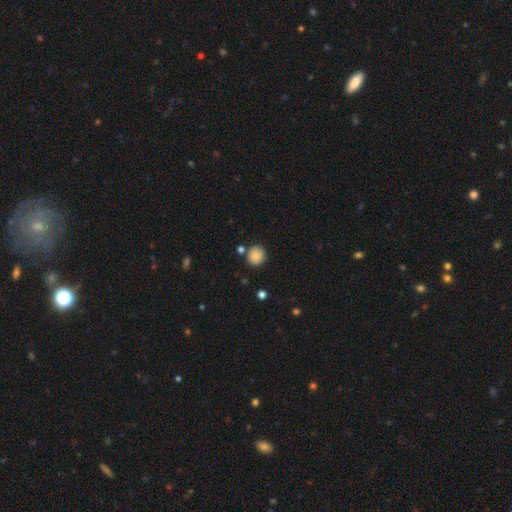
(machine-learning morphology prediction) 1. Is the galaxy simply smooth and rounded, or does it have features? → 86% smooth, 9% star or artifact, 5% featured or disk.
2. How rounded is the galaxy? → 90% round, 9% in between, 1% cigar-shaped.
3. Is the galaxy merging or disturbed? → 82% none, 9% minor disturbance, 7% merger, 2% major disturbance.